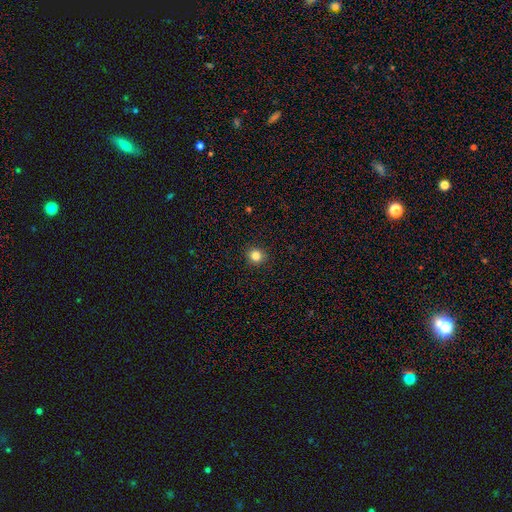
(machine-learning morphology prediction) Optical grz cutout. It shows a smooth galaxy with no disk features (84%) that is round (92%). Merging: none (92%).